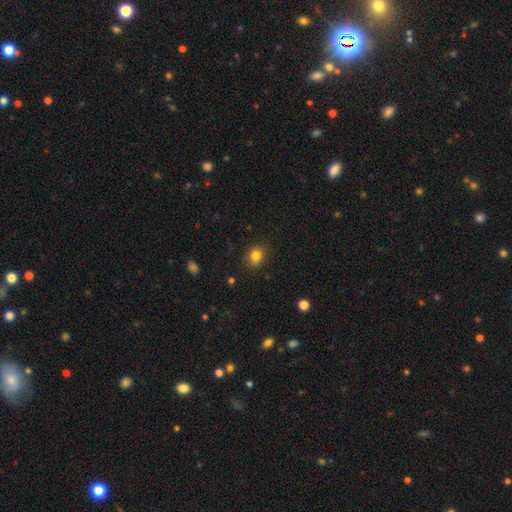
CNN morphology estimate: Smooth or featured? Predicted: smooth (p=0.83). How rounded? Predicted: round (p=0.55). Merging? Predicted: none (p=0.82).